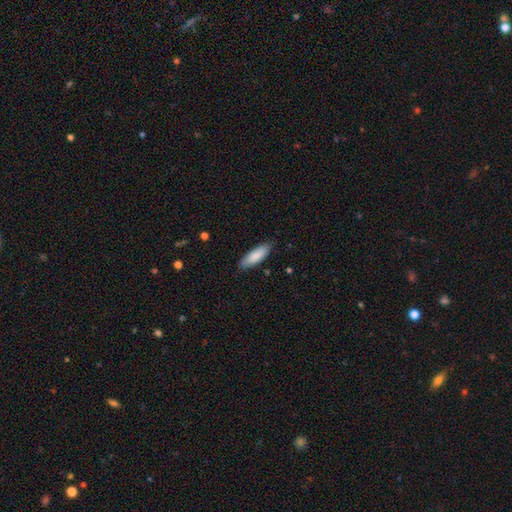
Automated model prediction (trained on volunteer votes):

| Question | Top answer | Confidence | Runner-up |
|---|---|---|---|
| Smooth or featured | smooth | 86% | featured or disk (8%) |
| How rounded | in between | 55% | cigar-shaped (44%) |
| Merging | none | 83% | minor disturbance (13%) |